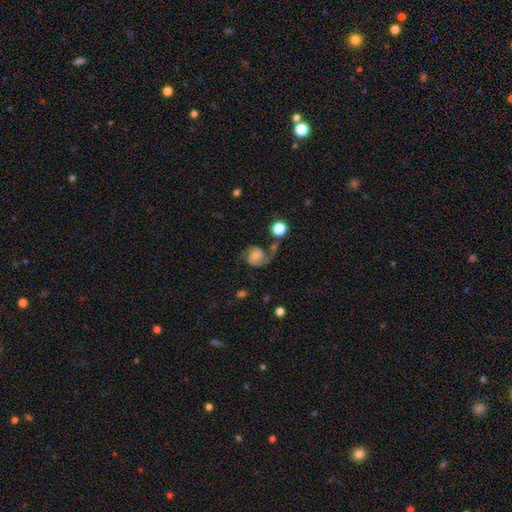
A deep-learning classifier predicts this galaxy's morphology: type=featured or disk (68%); edge-on=no (98%); bar=no (71%); spiral arms=yes (93%); winding=medium (43%); arm count=2 (72%); bulge=small (49%); merging=none (45%).